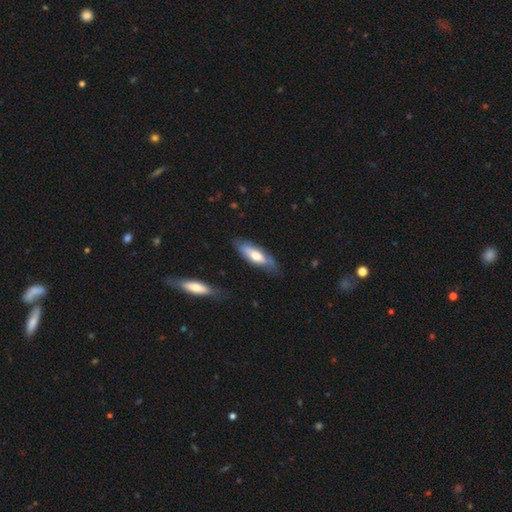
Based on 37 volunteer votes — A smooth galaxy with no disk features (62%) that is in between round and cigar-shaped (65%). Merging: none (83%).